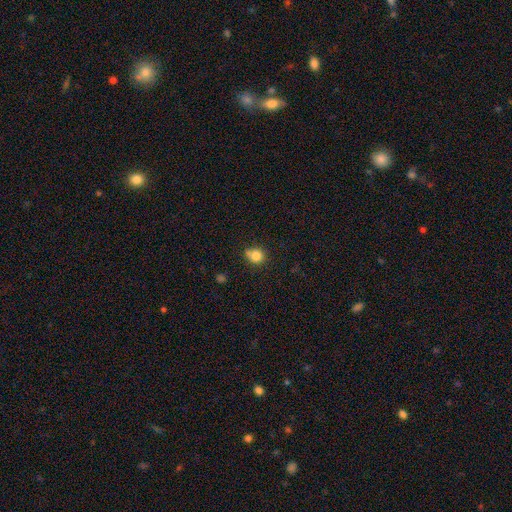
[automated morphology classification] Smooth or featured? smooth (82%)
How rounded? round (83%)
Merging? none (65%)